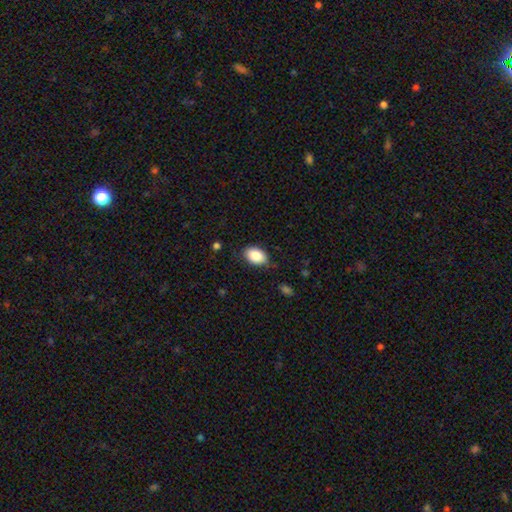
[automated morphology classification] This is clearly a smooth galaxy (88%). How rounded: clearly in between (88%). Merging: clearly none (83%).